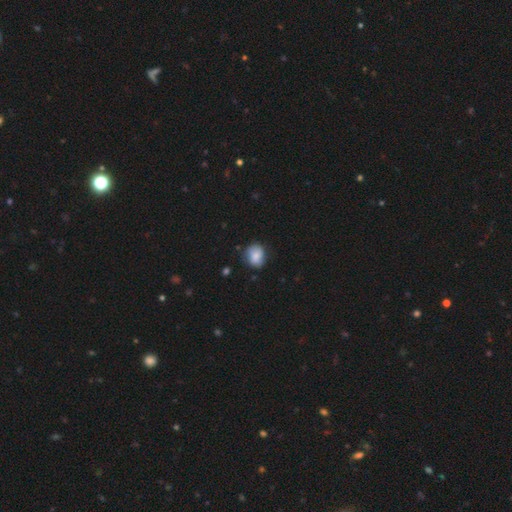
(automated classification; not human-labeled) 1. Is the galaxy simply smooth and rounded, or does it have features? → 78% smooth, 14% featured or disk, 8% star or artifact.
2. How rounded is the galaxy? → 58% round, 41% in between, 1% cigar-shaped.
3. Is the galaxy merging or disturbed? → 69% none, 24% minor disturbance, 5% major disturbance, 2% merger.